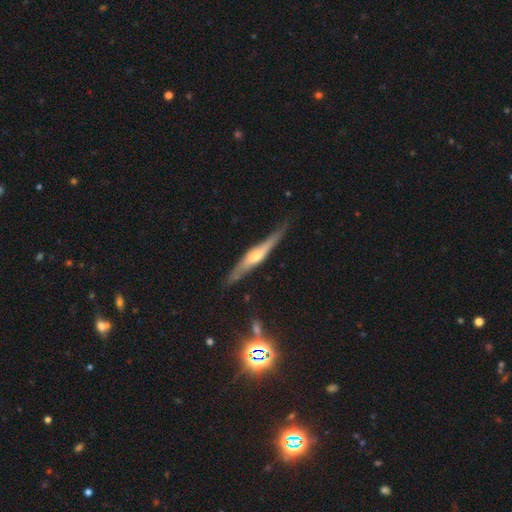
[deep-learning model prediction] Smooth or featured? Predicted: featured or disk (p=0.68). Edge-on disk? Predicted: yes (p=0.93). Edge-on bulge? Predicted: rounded (p=0.79). Merging? Predicted: none (p=0.80).